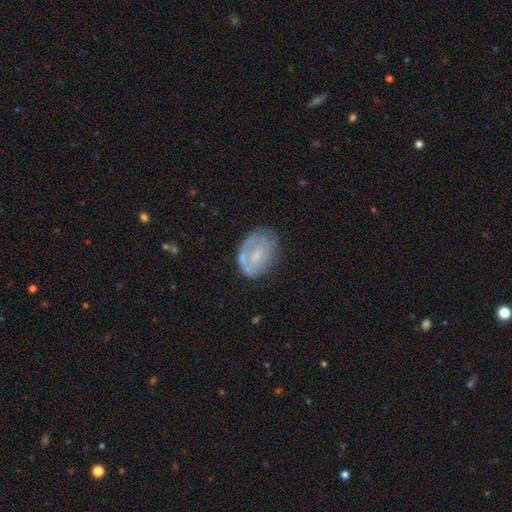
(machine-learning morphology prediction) Smooth or featured? featured or disk (48%)
Merging? none (55%)